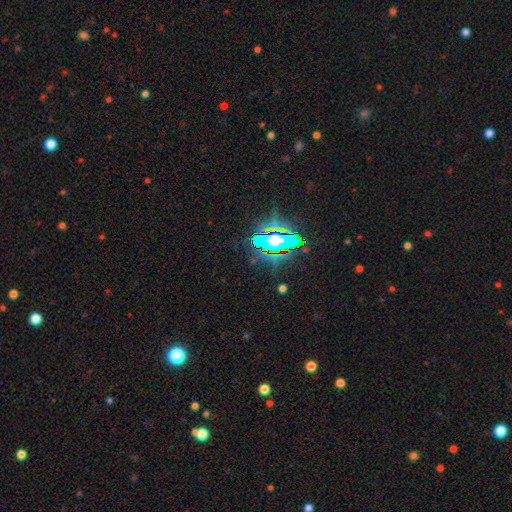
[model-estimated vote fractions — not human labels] Smooth or featured: star or artifact — 82% (smooth — 9%)